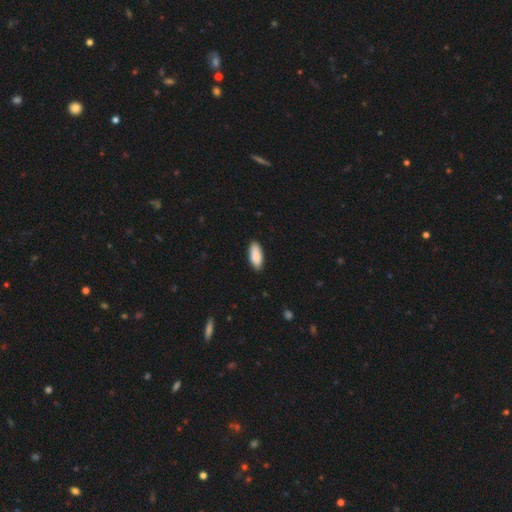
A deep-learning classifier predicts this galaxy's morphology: A smooth galaxy with no disk features (89%) that is in between round and cigar-shaped (84%). Merging: none (86%).